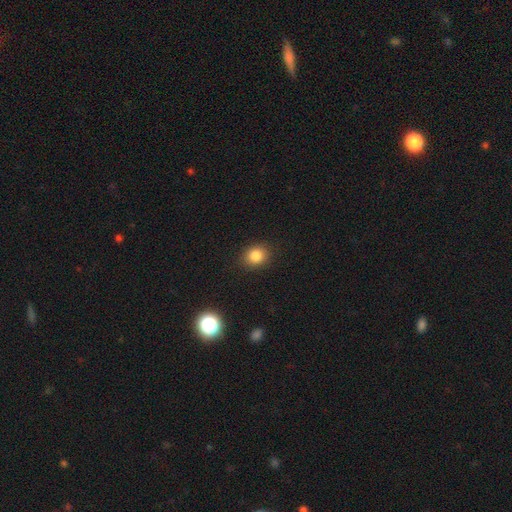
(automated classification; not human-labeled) Smooth or featured?
  - smooth: 84% *
  - star or artifact: 11%
  - featured or disk: 5%
How rounded?
  - round: 71% *
  - in between: 28%
  - cigar-shaped: 1%
Merging?
  - none: 88% *
  - minor disturbance: 9%
  - major disturbance: 3%
  - merger: 1%